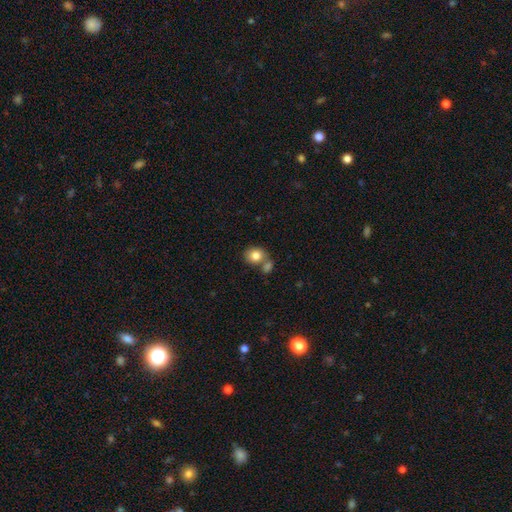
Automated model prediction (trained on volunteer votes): Smooth or featured? Predicted: smooth (p=0.82). How rounded? Predicted: round (p=0.62). Merging? Predicted: none (p=0.50).